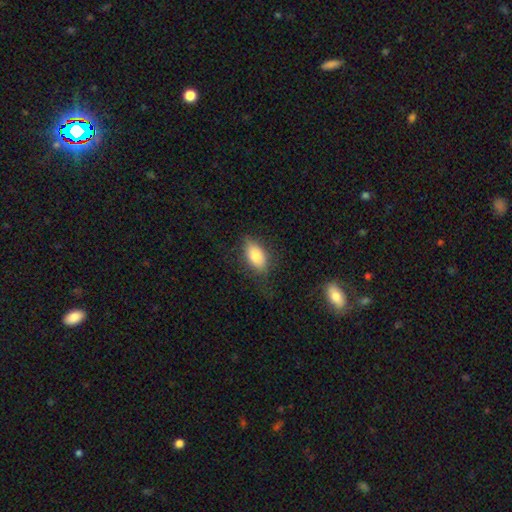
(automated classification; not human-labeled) smooth-or-featured: smooth: 79% | featured or disk: 14% | star or artifact: 7%
  how-rounded: in between: 89% | cigar-shaped: 6% | round: 5%
  merging: none: 68% | minor disturbance: 21% | major disturbance: 9% | merger: 1%